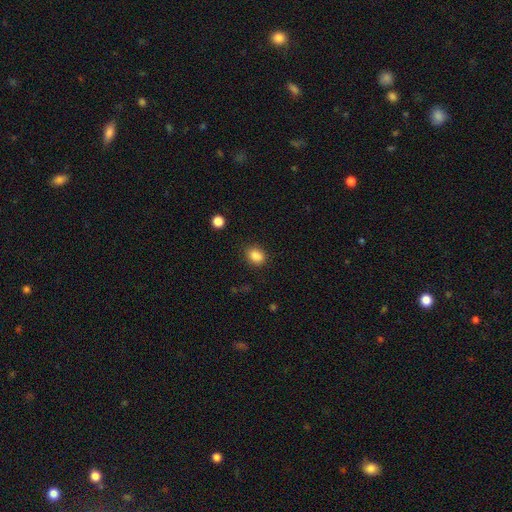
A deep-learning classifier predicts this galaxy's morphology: This is clearly a smooth galaxy (86%). How rounded: possibly in between (54%). Merging: clearly none (84%).